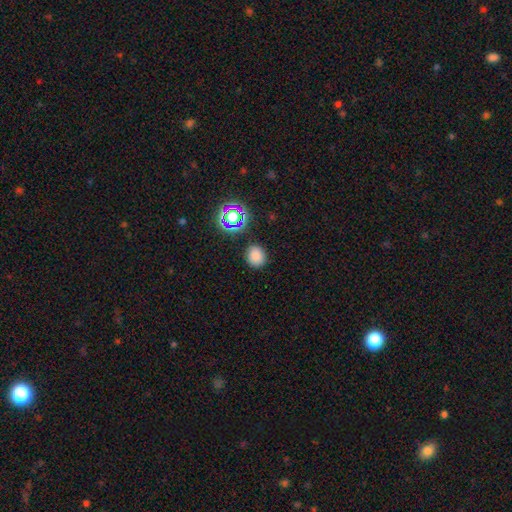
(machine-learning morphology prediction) The model was most divided on "how rounded": round: 76%, in between: 23%, cigar-shaped: 1%. More confident: merging — none (86%); smooth or featured — smooth (78%).